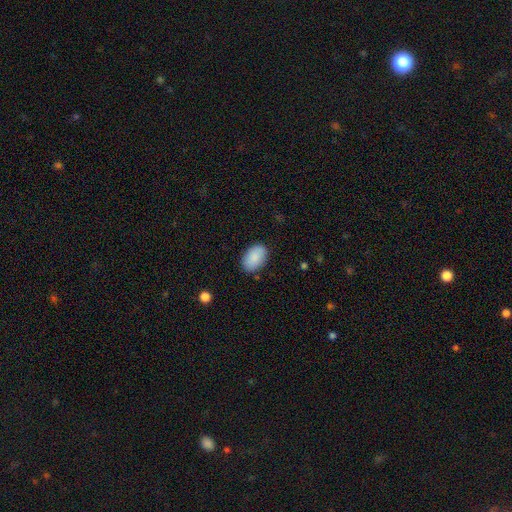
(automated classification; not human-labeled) Smooth or featured? smooth (88%)
How rounded? in between (91%)
Merging? none (86%)